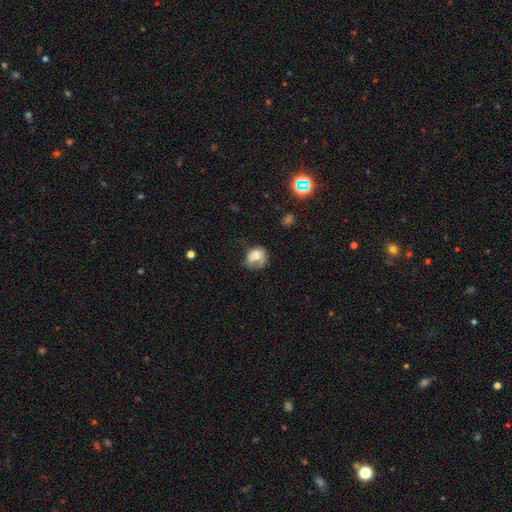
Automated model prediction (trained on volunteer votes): This is likely a smooth galaxy (63%). How rounded: likely round (60%). Merging: marginally none (39%).